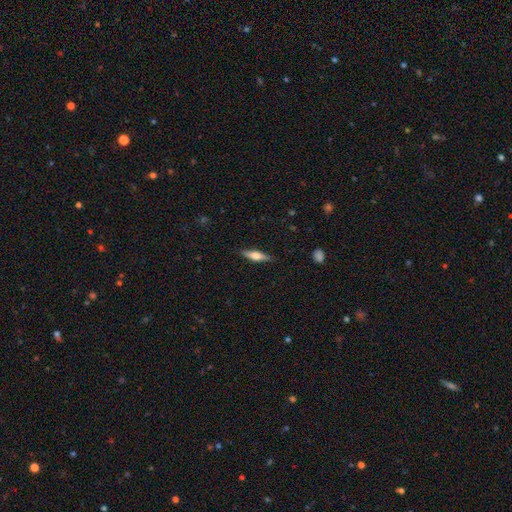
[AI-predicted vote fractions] Morphology: type=featured or disk (53%); edge-on=yes (95%); edge-on bulge=rounded (91%); merging=none (88%).